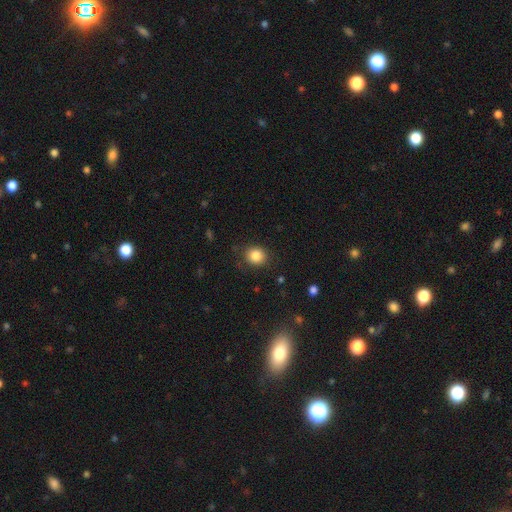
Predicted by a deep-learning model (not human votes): Smooth or featured?
  - smooth: 85% *
  - star or artifact: 10%
  - featured or disk: 4%
How rounded?
  - round: 82% *
  - in between: 17%
  - cigar-shaped: 1%
Merging?
  - none: 85% *
  - minor disturbance: 10%
  - major disturbance: 3%
  - merger: 1%